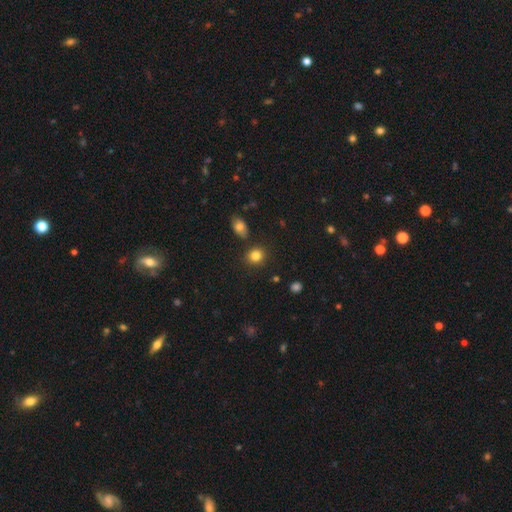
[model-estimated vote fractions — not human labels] Smooth or featured?
  - smooth: 83% *
  - star or artifact: 11%
  - featured or disk: 6%
How rounded?
  - round: 79% *
  - in between: 20%
  - cigar-shaped: 1%
Merging?
  - none: 82% *
  - minor disturbance: 9%
  - merger: 6%
  - major disturbance: 3%